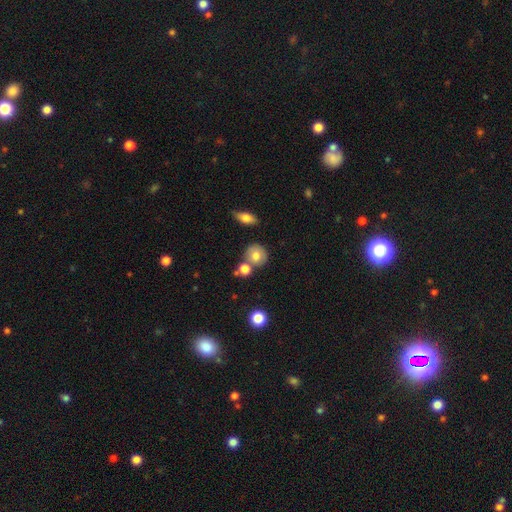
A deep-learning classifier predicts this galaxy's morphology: type=smooth (76%); roundness=round (83%); merging=none (64%).